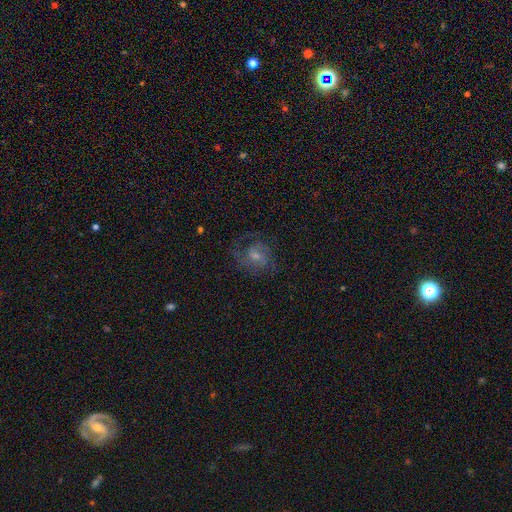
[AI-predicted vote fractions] This appears to be a featured or disk galaxy (61%) with no bar (51%), 2 (52%) medium (48%) spiral arms (86%) and a small central bulge (45%). Merging: none (59%).